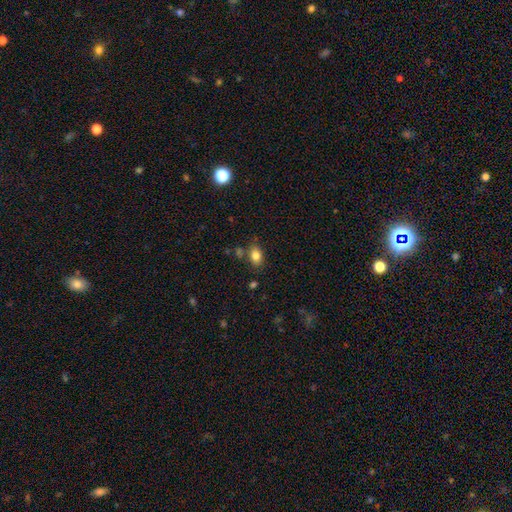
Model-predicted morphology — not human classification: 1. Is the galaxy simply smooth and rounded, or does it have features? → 82% smooth, 10% star or artifact, 8% featured or disk.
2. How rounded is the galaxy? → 80% in between, 18% round, 2% cigar-shaped.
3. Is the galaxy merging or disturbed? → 75% none, 14% minor disturbance, 6% merger, 4% major disturbance.